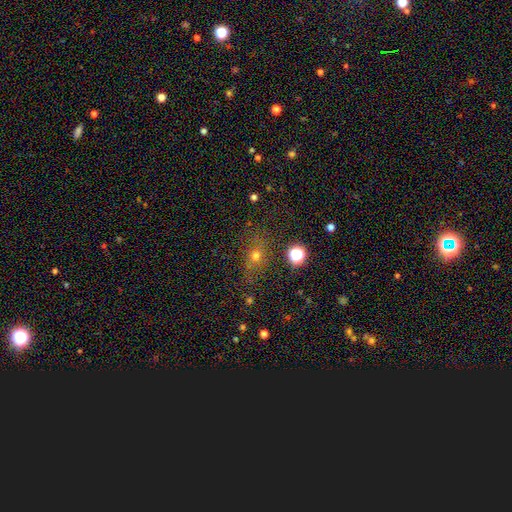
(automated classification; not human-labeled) smooth_or_featured: smooth (p=0.46) [alt: star or artifact p=0.36]
merging: none (p=0.72) [alt: minor disturbance p=0.16]